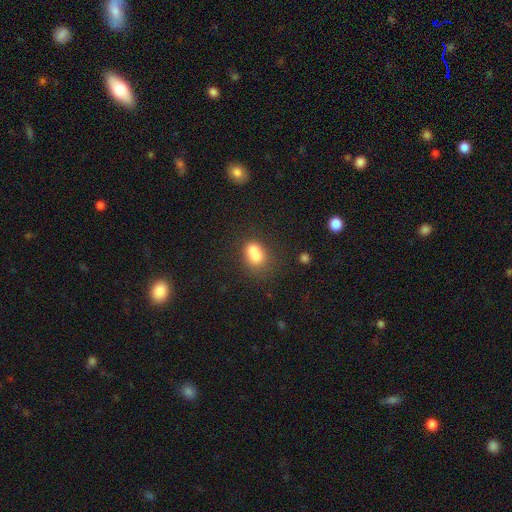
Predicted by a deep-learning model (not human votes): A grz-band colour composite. It shows a smooth galaxy with no disk features (73%) that is in between round and cigar-shaped (68%). Merging: merger (42%).